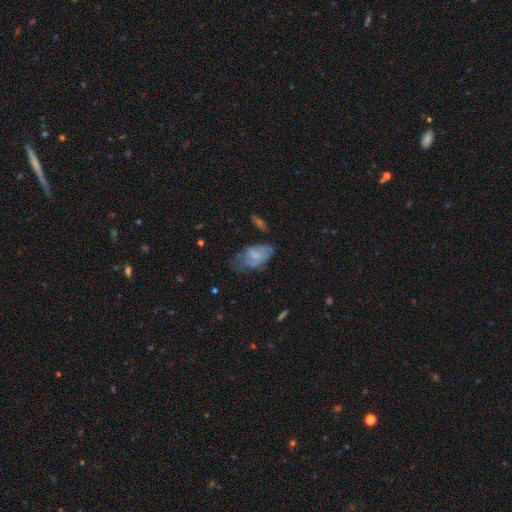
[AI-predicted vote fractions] A smooth galaxy with no disk features (50%). Merging: minor disturbance (34%).